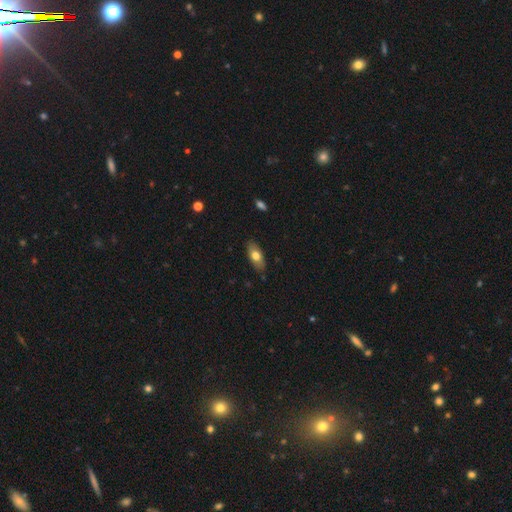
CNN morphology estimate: A smooth galaxy with no disk features (70%) that is in between round and cigar-shaped (86%).

Vote fractions:
- Smooth or featured? smooth: 70% / featured or disk: 23% / star or artifact: 7%
- How rounded? in between: 86% / cigar-shaped: 10% / round: 4%
- Merging? none: 85% / minor disturbance: 12% / major disturbance: 2% / merger: 1%